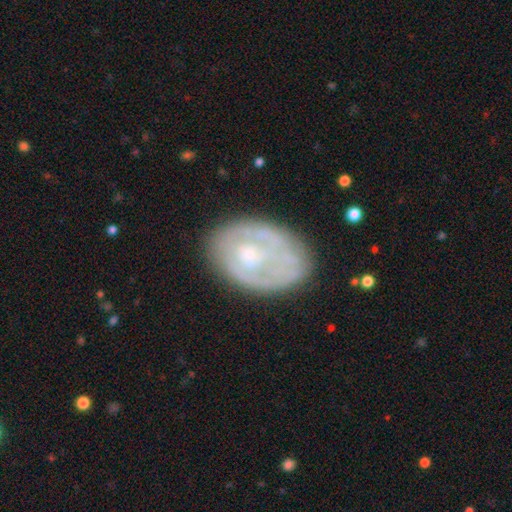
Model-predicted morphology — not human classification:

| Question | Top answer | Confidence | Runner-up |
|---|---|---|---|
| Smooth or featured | featured or disk | 60% | smooth (33%) |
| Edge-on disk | no | 96% | yes (4%) |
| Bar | no | 80% | weak (16%) |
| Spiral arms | no | 54% | yes (46%) |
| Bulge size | small | 49% | moderate (36%) |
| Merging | none | 68% | minor disturbance (21%) |